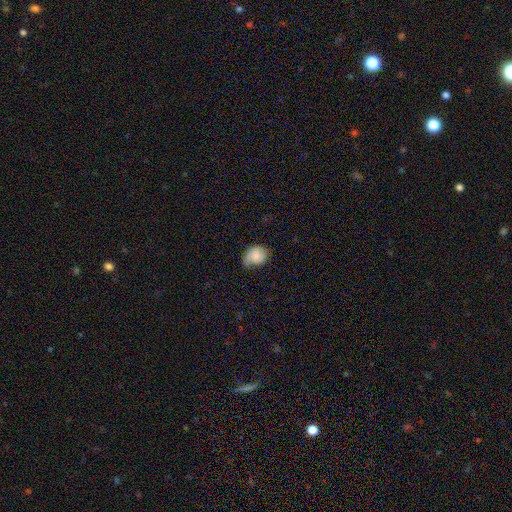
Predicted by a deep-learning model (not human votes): smooth-or-featured: smooth: 74% | featured or disk: 18% | star or artifact: 8%
  how-rounded: round: 53% | in between: 46% | cigar-shaped: 1%
  merging: minor disturbance: 41% | none: 39% | major disturbance: 17% | merger: 2%